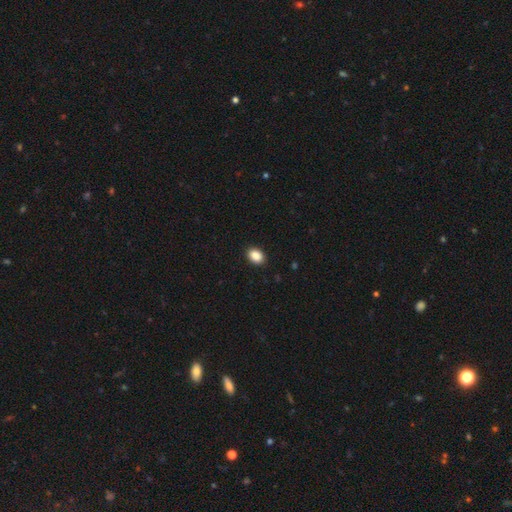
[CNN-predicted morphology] Q: Smooth or featured?
A: smooth (89%); runner-up: star or artifact (8%)
Q: How rounded?
A: in between (76%); runner-up: round (23%)
Q: Merging?
A: none (91%); runner-up: minor disturbance (7%)